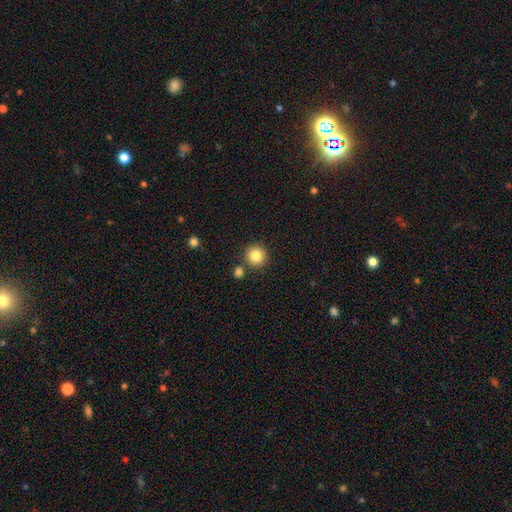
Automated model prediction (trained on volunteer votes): Smooth or featured?
  - smooth: 85% *
  - star or artifact: 10%
  - featured or disk: 5%
How rounded?
  - round: 94% *
  - in between: 5%
  - cigar-shaped: 1%
Merging?
  - none: 83% *
  - merger: 8%
  - minor disturbance: 7%
  - major disturbance: 2%